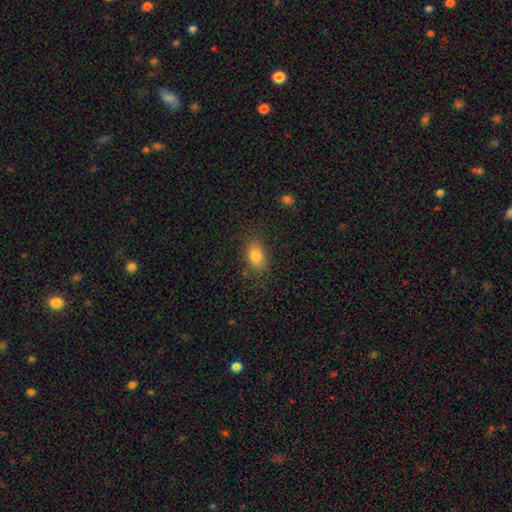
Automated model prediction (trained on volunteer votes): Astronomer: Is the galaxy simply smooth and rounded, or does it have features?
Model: smooth — 81%.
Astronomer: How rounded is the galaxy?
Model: in between — 81%.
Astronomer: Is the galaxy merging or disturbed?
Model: none — 81%.